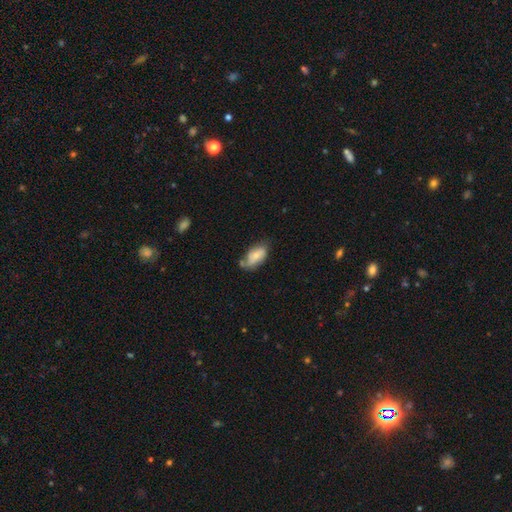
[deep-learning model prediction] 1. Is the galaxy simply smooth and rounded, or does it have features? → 61% smooth, 32% featured or disk, 7% star or artifact.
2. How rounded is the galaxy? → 92% in between, 5% cigar-shaped, 3% round.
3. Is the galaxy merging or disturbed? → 47% none, 32% minor disturbance, 11% major disturbance, 10% merger.